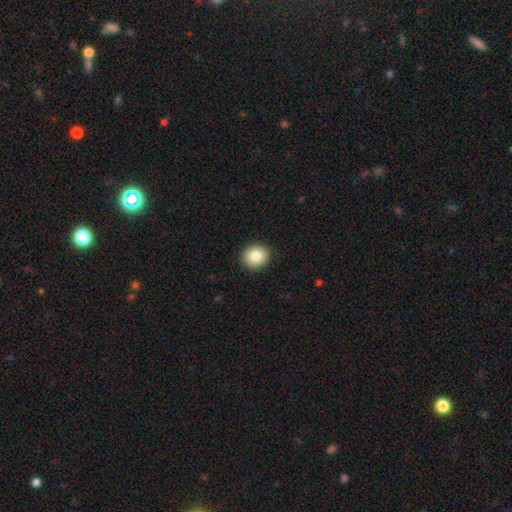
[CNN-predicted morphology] Overall: smooth (83%). How rounded: round (80%). Merging: none (89%).